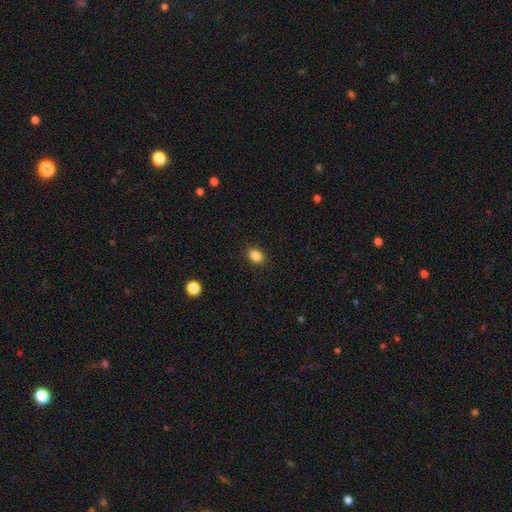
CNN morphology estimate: Smooth or featured? Predicted: smooth (p=0.86). How rounded? Predicted: in between (p=0.73). Merging? Predicted: none (p=0.89).